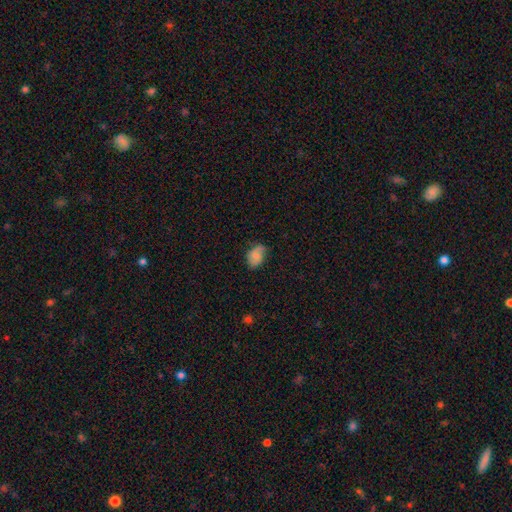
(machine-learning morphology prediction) smooth 71%, featured or disk 21%, star or artifact 8%. Down the decision tree: how rounded — in between (82%); merging — none (59%).